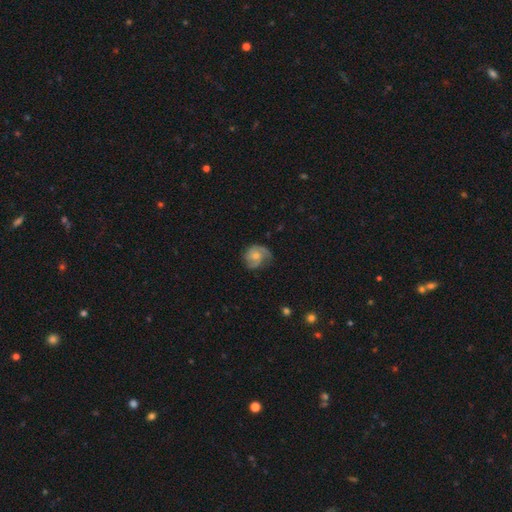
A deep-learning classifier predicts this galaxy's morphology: Overall: featured or disk (63%; smooth 31%). Edge-on disk: no (97%). Bar: no (78%). Spiral arms: yes (90%). Spiral arm count: 2 (44%; 3 18%). Spiral winding: tight (42%; medium 40%). Bulge size: moderate (49%; small 44%). Merging: none (59%; minor disturbance 26%).